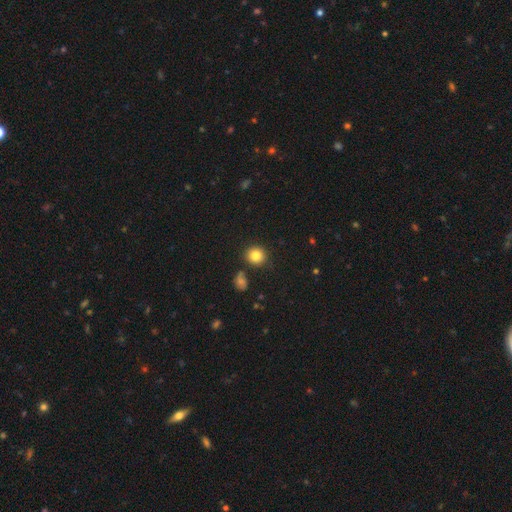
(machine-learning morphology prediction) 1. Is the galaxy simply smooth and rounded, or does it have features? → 82% smooth, 11% star or artifact, 7% featured or disk.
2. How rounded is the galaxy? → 89% round, 10% in between, 1% cigar-shaped.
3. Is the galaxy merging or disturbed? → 85% none, 8% minor disturbance, 4% merger, 3% major disturbance.